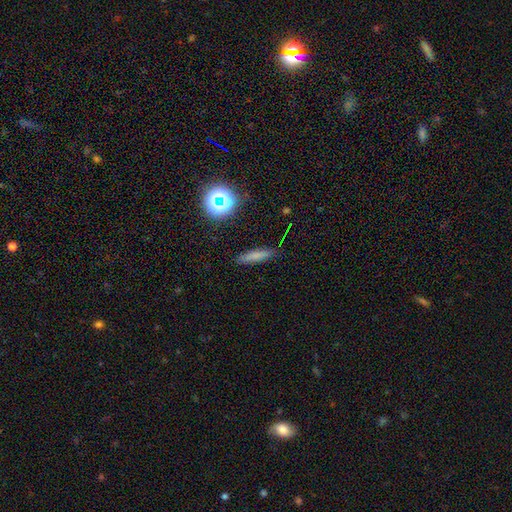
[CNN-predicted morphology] smooth-or-featured: smooth: 72% | star or artifact: 14% | featured or disk: 14%
  how-rounded: cigar-shaped: 79% | in between: 17% | round: 4%
  merging: none: 86% | minor disturbance: 10% | major disturbance: 3% | merger: 2%